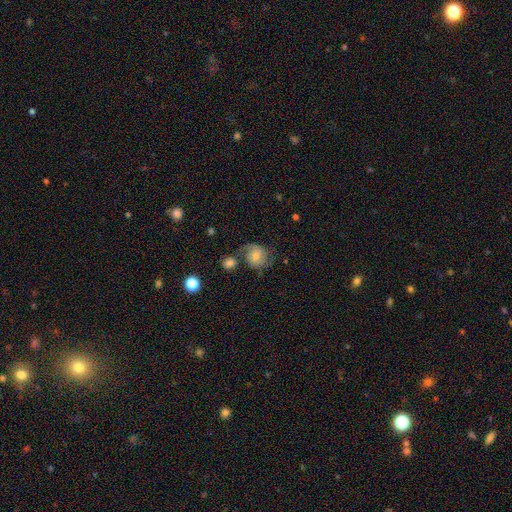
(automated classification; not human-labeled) A featured or disk galaxy (64%) with no bar (61%), 2 (84%) medium (48%) spiral arms (93%) and a moderate central bulge (44%). Merging: none (60%).